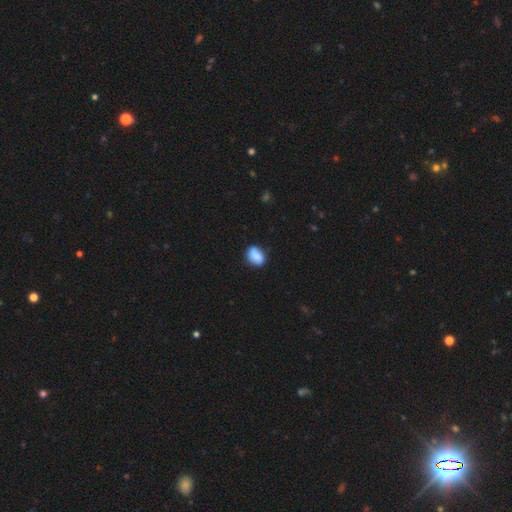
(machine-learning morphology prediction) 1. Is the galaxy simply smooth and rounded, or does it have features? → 83% smooth, 9% featured or disk, 8% star or artifact.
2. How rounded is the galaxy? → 77% in between, 21% round, 2% cigar-shaped.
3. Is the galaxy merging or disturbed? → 75% none, 19% minor disturbance, 4% major disturbance, 2% merger.